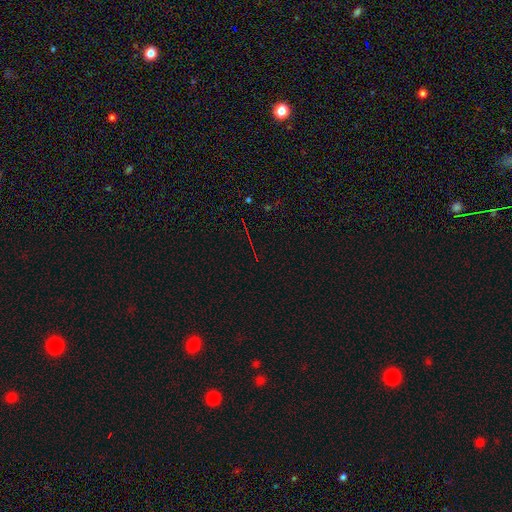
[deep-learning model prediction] smooth-or-featured: star or artifact: 76% | featured or disk: 12% | smooth: 11%